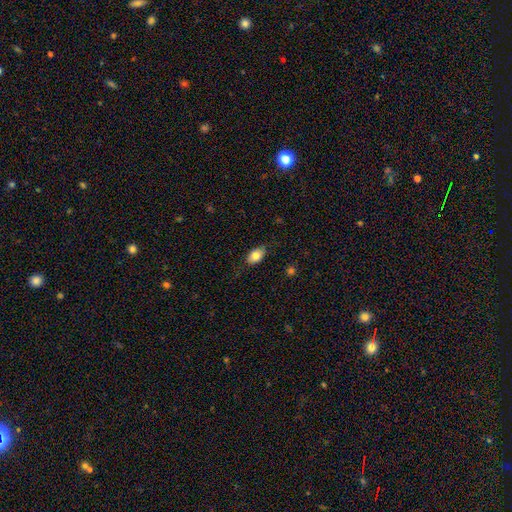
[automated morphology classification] Smooth or featured: smooth — 79% (featured or disk — 13%)
How rounded: in between — 89% (round — 9%)
Merging: none — 79% (minor disturbance — 17%)